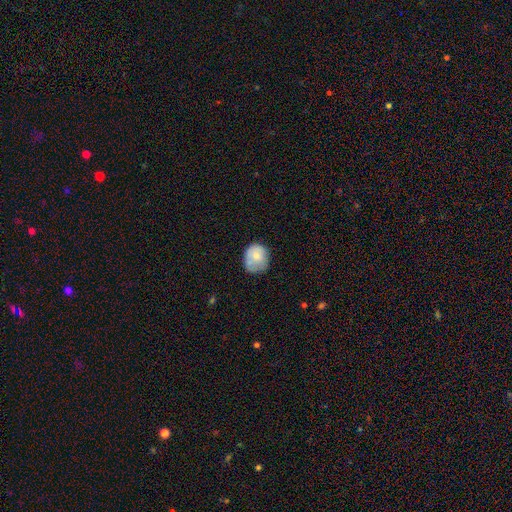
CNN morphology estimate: A smooth galaxy with no disk features (71%) that is round (71%). Merging: none (54%).